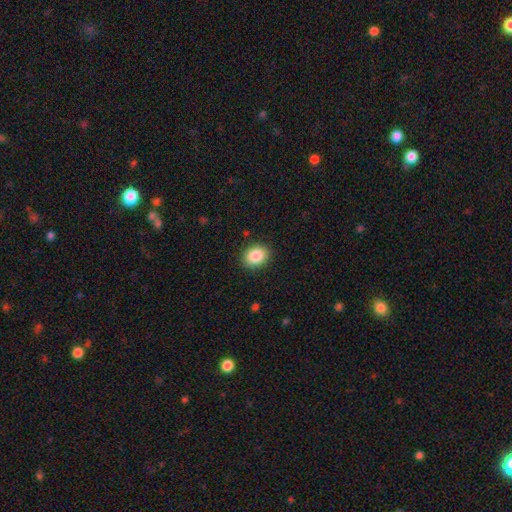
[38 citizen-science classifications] Q: Smooth or featured?
A: smooth (84%); runner-up: featured or disk (8%)
Q: How rounded?
A: in between (62%); runner-up: round (38%)
Q: Merging?
A: none (89%); runner-up: minor disturbance (9%)